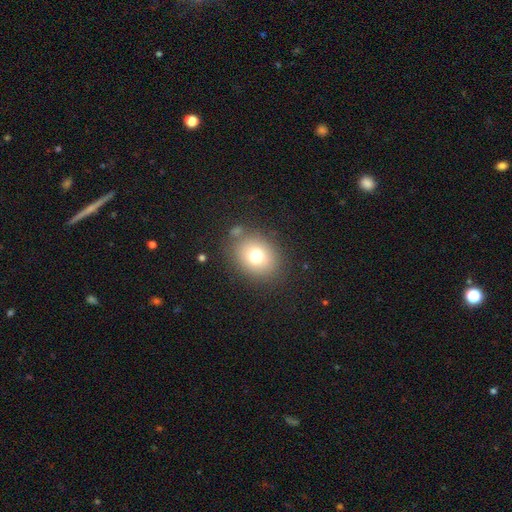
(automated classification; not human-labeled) smooth 74%, star or artifact 13%, featured or disk 13%. Down the decision tree: how rounded — round (57%); merging — none (80%).